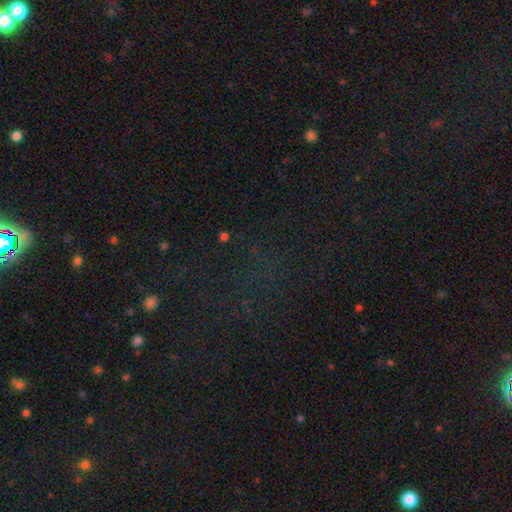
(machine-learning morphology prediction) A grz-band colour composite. It shows a star or artifact, not a galaxy (68%).